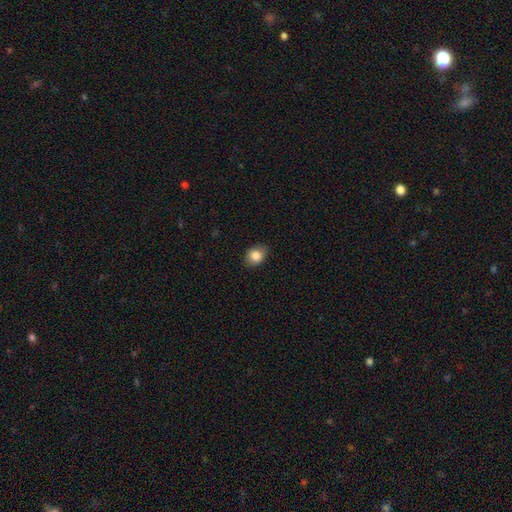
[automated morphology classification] smooth-or-featured: smooth: 84% | star or artifact: 9% | featured or disk: 7%
  how-rounded: in between: 50% | round: 49% | cigar-shaped: 1%
  merging: none: 82% | minor disturbance: 14% | major disturbance: 3% | merger: 1%